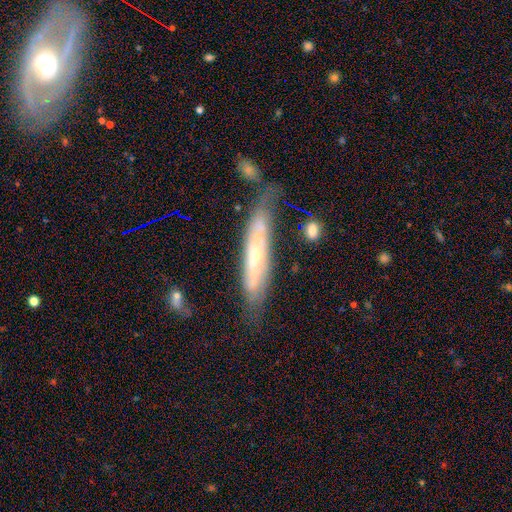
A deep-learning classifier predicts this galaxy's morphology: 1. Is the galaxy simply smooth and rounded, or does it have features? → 63% featured or disk, 30% smooth, 7% star or artifact.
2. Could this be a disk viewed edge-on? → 53% yes, 47% no.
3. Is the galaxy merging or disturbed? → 57% none, 26% minor disturbance, 10% major disturbance, 7% merger.